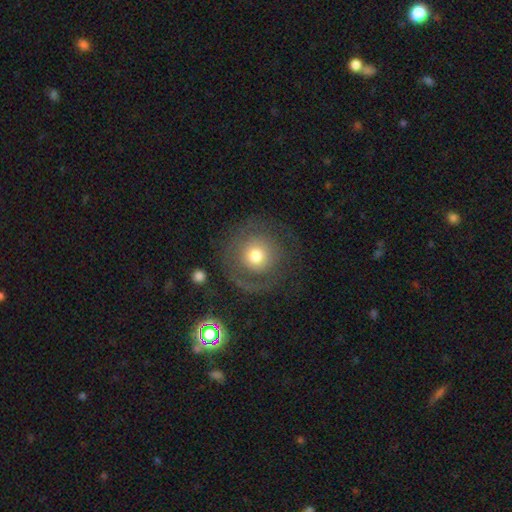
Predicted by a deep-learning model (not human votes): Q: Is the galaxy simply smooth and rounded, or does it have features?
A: featured or disk — 46%.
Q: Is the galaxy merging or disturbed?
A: none — 67%.